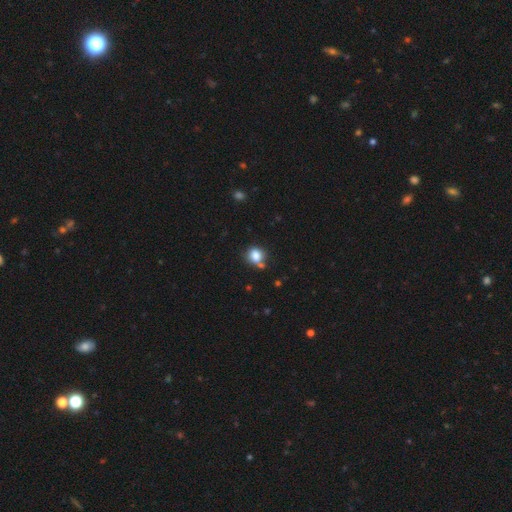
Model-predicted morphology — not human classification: smooth 83%, star or artifact 11%, featured or disk 6%. Down the decision tree: how rounded — round (78%); merging — none (61%).